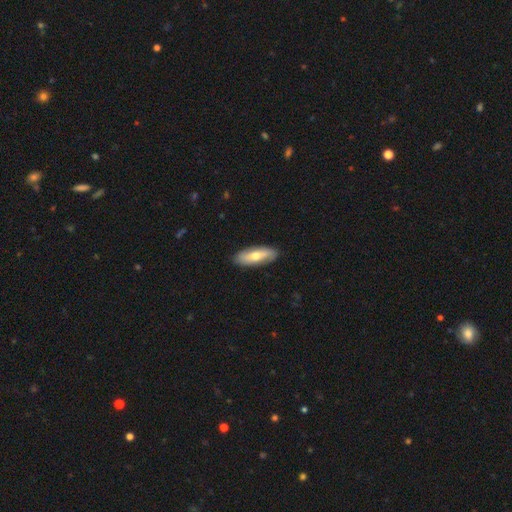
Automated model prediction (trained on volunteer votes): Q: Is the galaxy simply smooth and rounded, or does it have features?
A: smooth — 59%.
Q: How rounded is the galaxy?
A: in between — 66%.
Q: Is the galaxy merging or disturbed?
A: none — 88%.